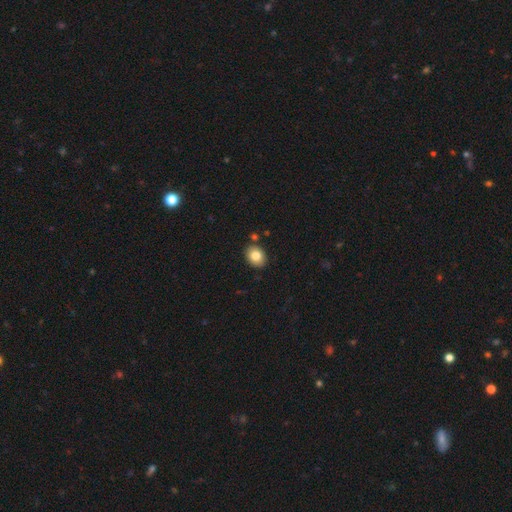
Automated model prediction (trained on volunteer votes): Smooth or featured? Predicted: smooth (p=0.82). How rounded? Predicted: in between (p=0.57). Merging? Predicted: none (p=0.84).